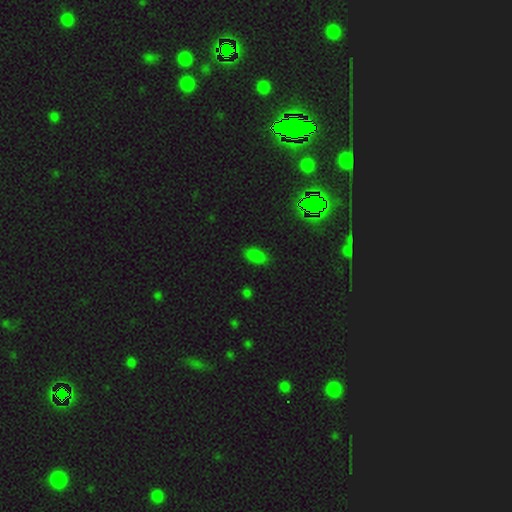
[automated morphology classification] Smooth or featured? Predicted: smooth (p=0.78). How rounded? Predicted: in between (p=0.90). Merging? Predicted: none (p=0.85).